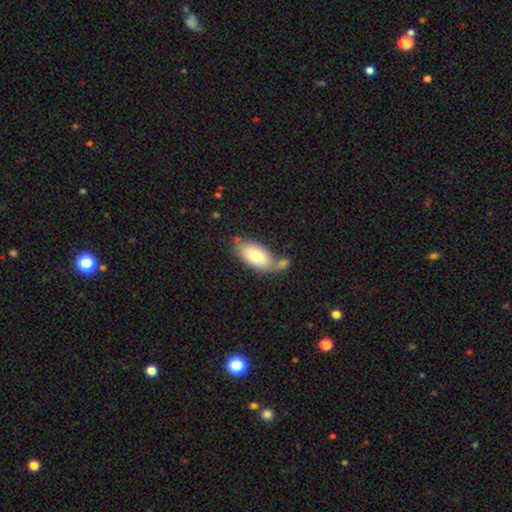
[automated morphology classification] A smooth galaxy with no disk features (75%) that is in between round and cigar-shaped (93%).

Vote fractions:
- Smooth or featured? smooth: 75% / featured or disk: 18% / star or artifact: 6%
- How rounded? in between: 93% / cigar-shaped: 4% / round: 3%
- Merging? none: 54% / merger: 23% / minor disturbance: 18% / major disturbance: 5%